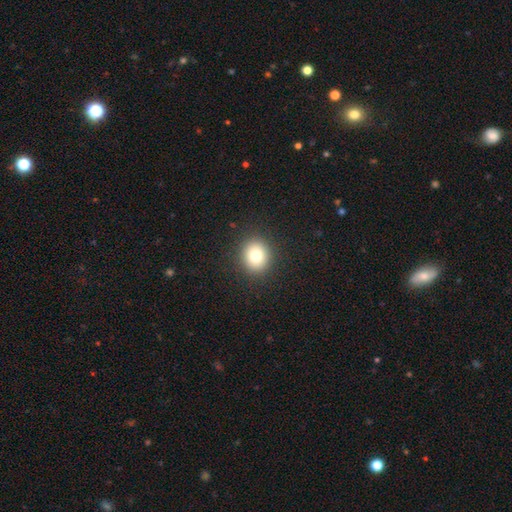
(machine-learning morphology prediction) smooth 80%, star or artifact 11%, featured or disk 8%. Down the decision tree: how rounded — round (76%); merging — none (90%).